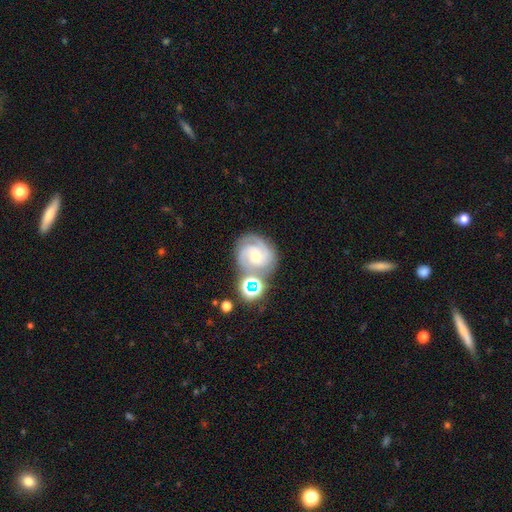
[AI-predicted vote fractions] This appears to be a featured or disk galaxy (80%) with no bar (60%), 3 (38%) tight (62%) spiral arms (97%) and a small central bulge (52%). Merging: none (57%).